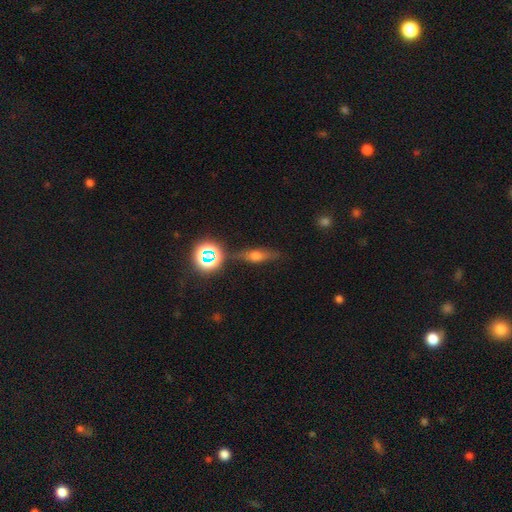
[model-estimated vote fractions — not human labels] Overall: featured or disk (43%; smooth 40%). Merging: none (79%).